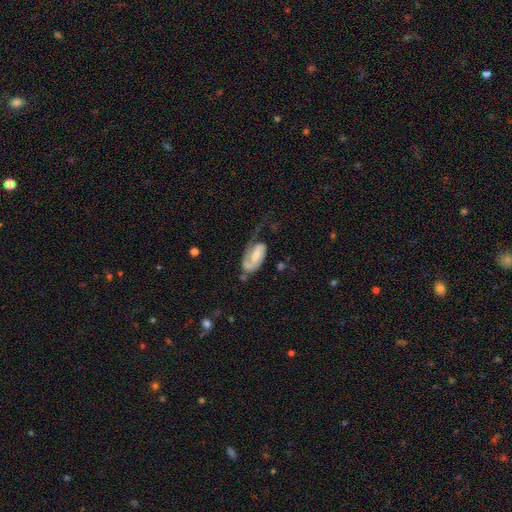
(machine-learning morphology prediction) The model was most divided on "bulge size" (2-way tie): small: 33%, moderate: 33%, none: 20%, large: 12%, dominant: 2%. Remaining: edge-on disk — no (96%); spiral arms — yes (90%); smooth or featured — featured or disk (67%); spiral arm count — 1 (52%); bar — weak (41%); merging — major disturbance (39%); spiral winding — medium (38%).